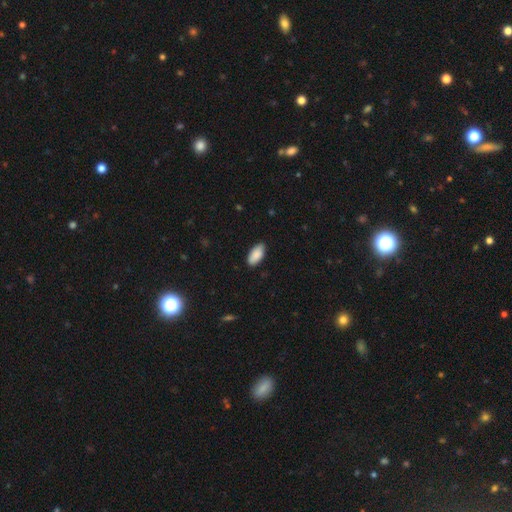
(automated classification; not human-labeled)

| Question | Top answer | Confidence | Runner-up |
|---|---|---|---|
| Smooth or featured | smooth | 89% | star or artifact (6%) |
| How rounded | in between | 93% | cigar-shaped (5%) |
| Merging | none | 87% | minor disturbance (10%) |